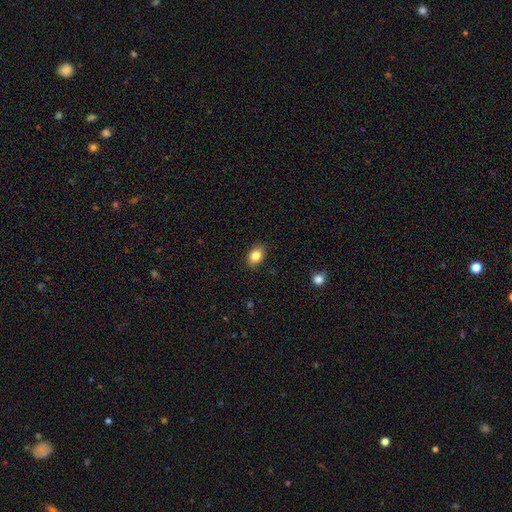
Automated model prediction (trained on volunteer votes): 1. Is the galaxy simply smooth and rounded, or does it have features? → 84% smooth, 9% star or artifact, 7% featured or disk.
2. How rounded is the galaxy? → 75% in between, 23% round, 1% cigar-shaped.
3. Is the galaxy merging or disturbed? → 87% none, 10% minor disturbance, 2% major disturbance, 1% merger.